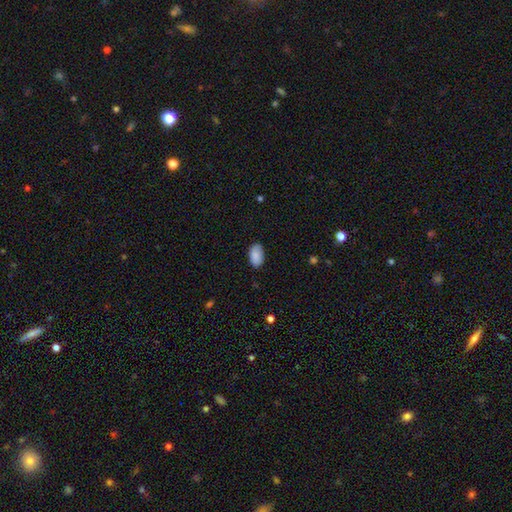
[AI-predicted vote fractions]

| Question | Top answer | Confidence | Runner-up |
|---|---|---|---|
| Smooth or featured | smooth | 88% | star or artifact (7%) |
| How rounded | in between | 94% | round (5%) |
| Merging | none | 83% | minor disturbance (13%) |